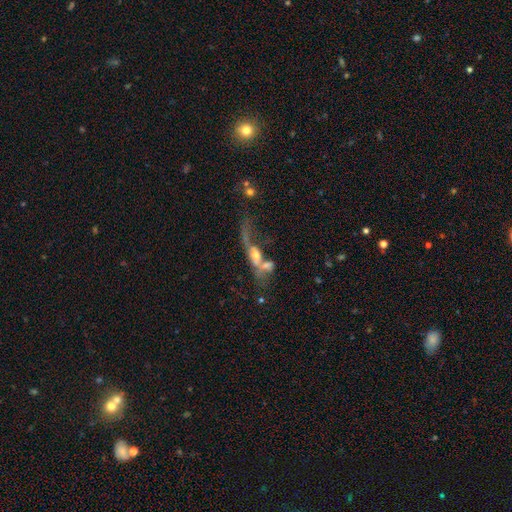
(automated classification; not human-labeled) Smooth or featured? Predicted: featured or disk (p=0.54). Edge-on disk? Predicted: no (p=0.74). Merging? Predicted: merger (p=0.55).